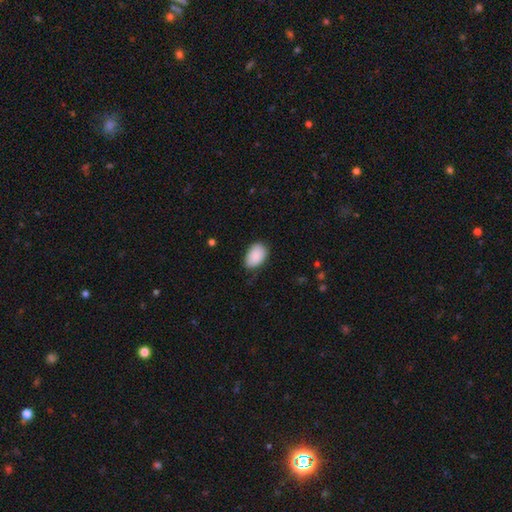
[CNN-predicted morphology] A smooth galaxy with no disk features (90%) that is in between round and cigar-shaped (91%). Merging: none (74%).